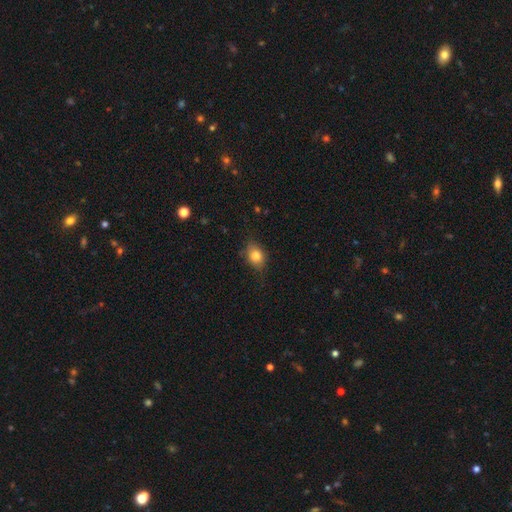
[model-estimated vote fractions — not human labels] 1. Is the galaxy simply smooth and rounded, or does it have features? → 80% smooth, 11% featured or disk, 9% star or artifact.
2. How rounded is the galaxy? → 65% in between, 34% round, 2% cigar-shaped.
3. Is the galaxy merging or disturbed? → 71% none, 23% minor disturbance, 5% major disturbance, 1% merger.